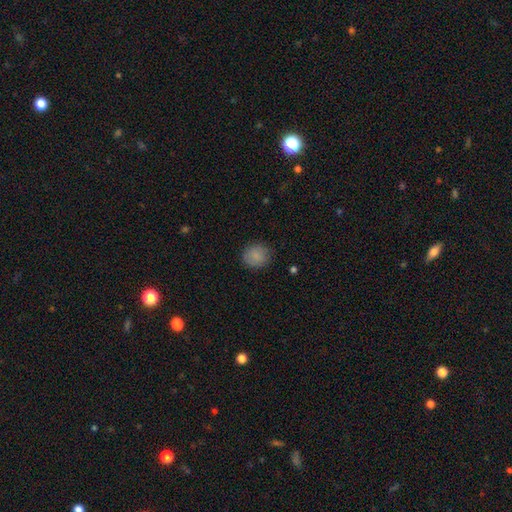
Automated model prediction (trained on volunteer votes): The model was most divided on "how rounded": round: 81%, in between: 18%, cigar-shaped: 1%. More confident: smooth or featured — smooth (86%); merging — none (85%).